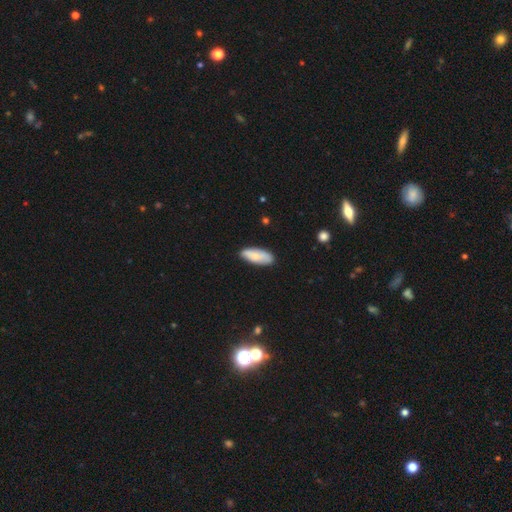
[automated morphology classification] type=smooth (77%); roundness=in between (72%); merging=none (84%).